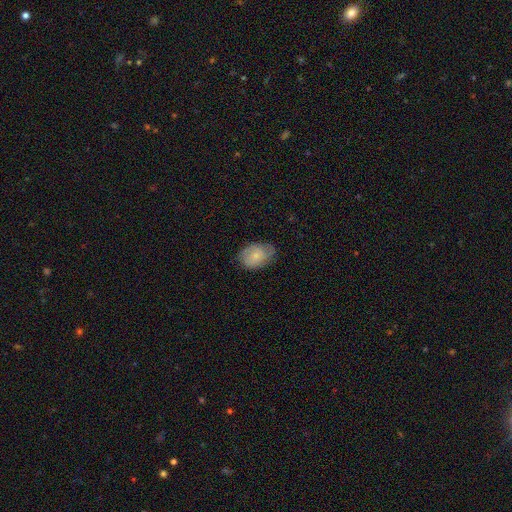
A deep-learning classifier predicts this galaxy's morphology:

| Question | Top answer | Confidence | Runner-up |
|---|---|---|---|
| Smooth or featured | smooth | 68% | featured or disk (25%) |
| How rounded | in between | 77% | round (22%) |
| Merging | none | 66% | minor disturbance (27%) |